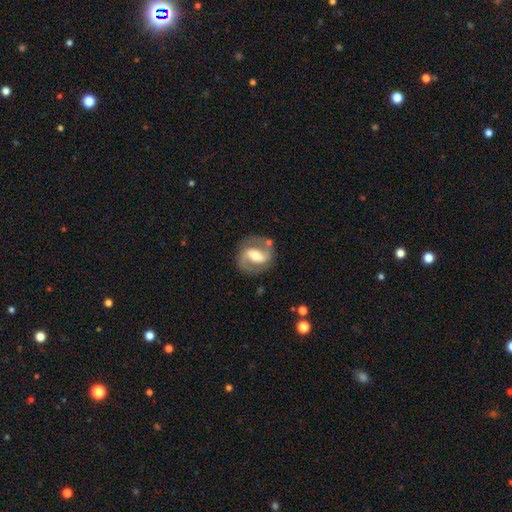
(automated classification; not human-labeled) A featured or disk galaxy (76%) with a strong bar (47%), 2 (88%) medium (51%) spiral arms (85%) and a moderate central bulge (64%). Merging: none (78%).